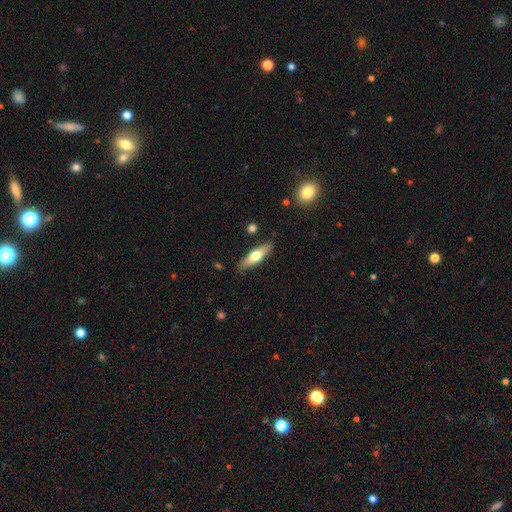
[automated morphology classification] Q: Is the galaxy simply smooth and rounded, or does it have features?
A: smooth — 53%.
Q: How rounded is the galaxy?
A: cigar-shaped — 64%.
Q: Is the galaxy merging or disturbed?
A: none — 86%.